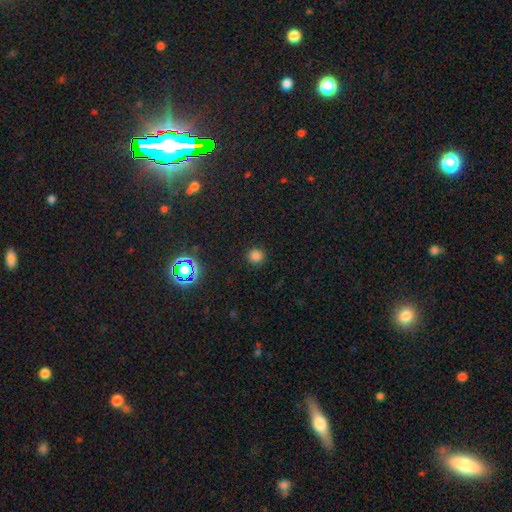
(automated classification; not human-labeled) smooth-or-featured: smooth: 78% | star or artifact: 18% | featured or disk: 4%
  how-rounded: round: 89% | in between: 10% | cigar-shaped: 1%
  merging: none: 90% | minor disturbance: 7% | major disturbance: 2% | merger: 1%